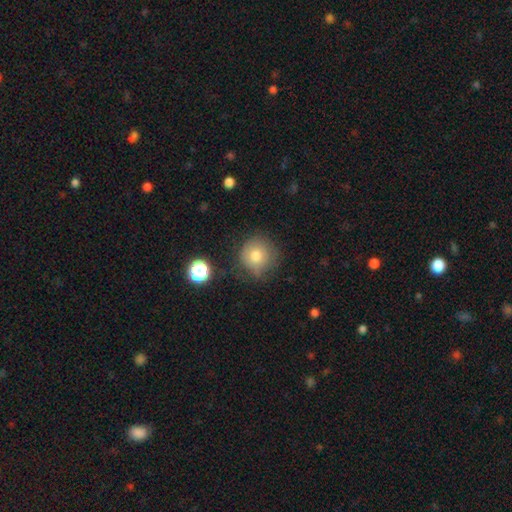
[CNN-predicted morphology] type=smooth (76%); roundness=round (92%); merging=none (72%).